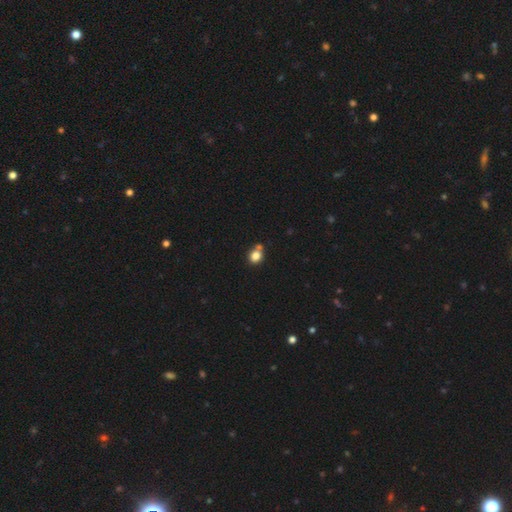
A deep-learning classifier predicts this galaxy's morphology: A smooth galaxy with no disk features (82%) that is round (74%).

Vote fractions:
- Smooth or featured? smooth: 82% / star or artifact: 11% / featured or disk: 7%
- How rounded? round: 74% / in between: 25% / cigar-shaped: 1%
- Merging? none: 62% / merger: 22% / minor disturbance: 12% / major disturbance: 4%